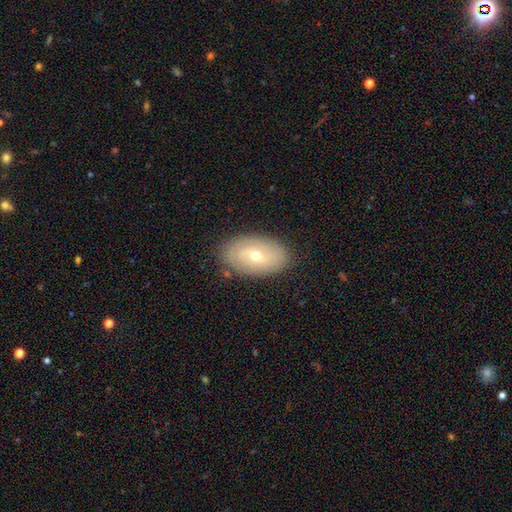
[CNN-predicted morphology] Smooth or featured? Predicted: featured or disk (p=0.50). Edge-on disk? Predicted: no (p=0.89). Merging? Predicted: none (p=0.84).